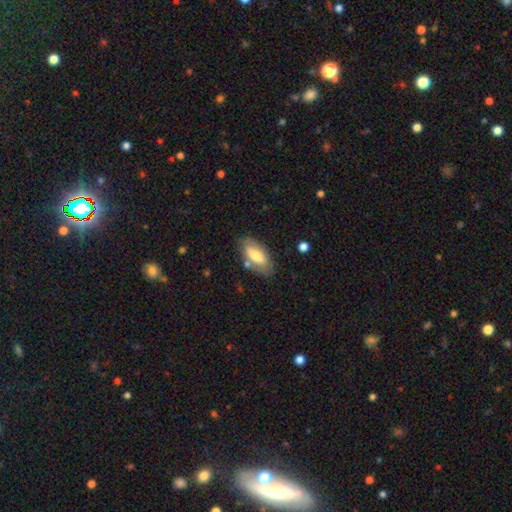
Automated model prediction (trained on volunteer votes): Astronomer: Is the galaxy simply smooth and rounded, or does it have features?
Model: smooth — 60%.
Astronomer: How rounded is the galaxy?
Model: in between — 87%.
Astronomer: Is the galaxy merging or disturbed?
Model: none — 74%.